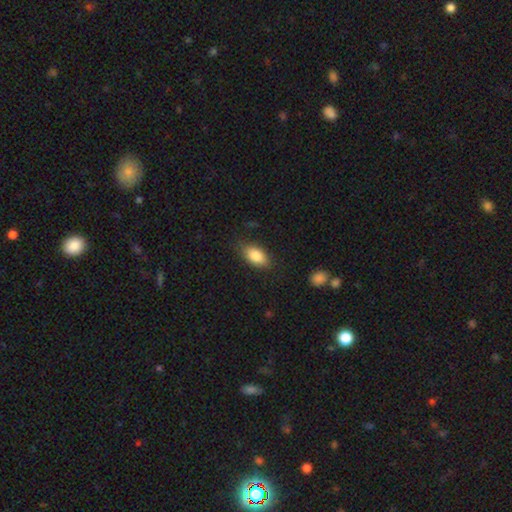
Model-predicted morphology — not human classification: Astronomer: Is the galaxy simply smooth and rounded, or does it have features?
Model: smooth — 84%.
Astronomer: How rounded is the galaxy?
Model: in between — 90%.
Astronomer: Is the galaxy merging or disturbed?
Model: none — 79%.